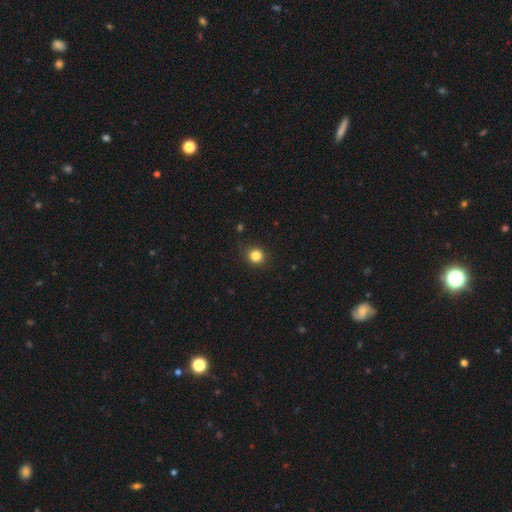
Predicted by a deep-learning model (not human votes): Overall: smooth (84%). How rounded: round (86%). Merging: none (88%).